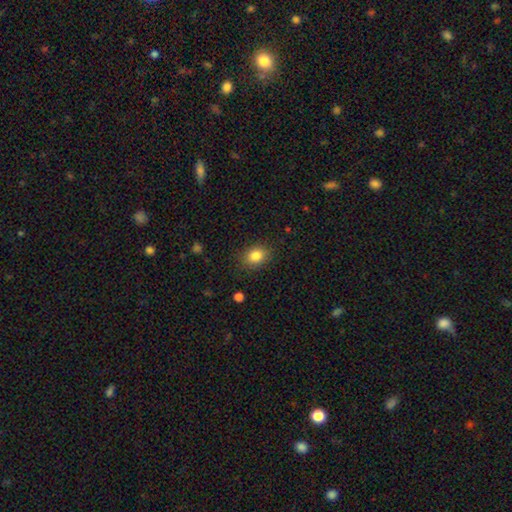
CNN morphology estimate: Smooth or featured? smooth (84%)
How rounded? in between (57%)
Merging? none (85%)